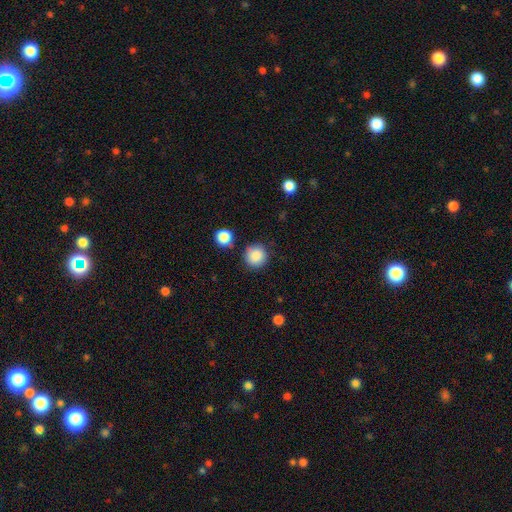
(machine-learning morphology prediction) A smooth galaxy with no disk features (87%) that is round (94%). Merging: none (83%).